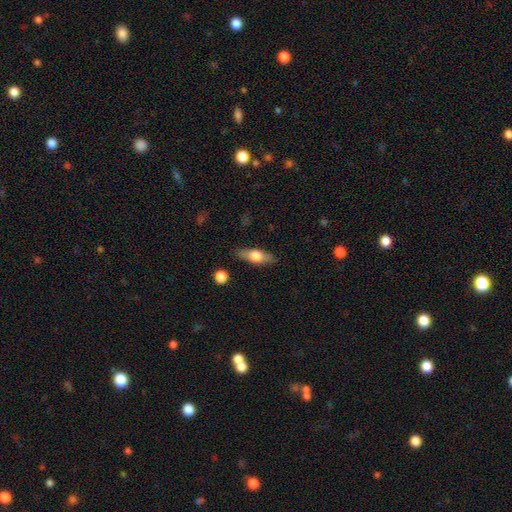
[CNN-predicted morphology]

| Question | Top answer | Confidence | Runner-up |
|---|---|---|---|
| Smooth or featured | smooth | 58% | featured or disk (35%) |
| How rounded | in between | 59% | cigar-shaped (37%) |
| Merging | none | 85% | minor disturbance (11%) |